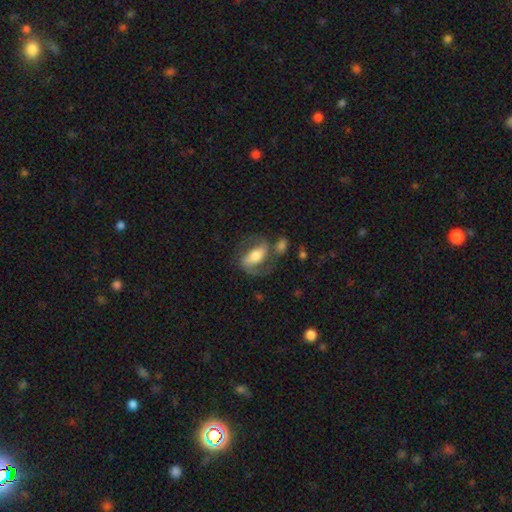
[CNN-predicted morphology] A featured or disk galaxy (70%) with a strong bar (47%), 2 (87%) medium (51%) spiral arms (87%) and a moderate central bulge (57%).

Vote fractions:
- Smooth or featured? featured or disk: 70% / smooth: 24% / star or artifact: 6%
- Edge-on disk? no: 94% / yes: 6%
- Bar? strong: 47% / weak: 31% / no: 22%
- Spiral arms? yes: 87% / no: 13%
- Spiral winding? medium: 51% / loose: 30% / tight: 19%
- Spiral arm count? 2: 87% / can't tell: 5% / 1: 4% / 3: 1% / 4: 1% / more than 4: 1%
- Bulge size? moderate: 57% / large: 21% / small: 18% / dominant: 3% / none: 2%
- Merging? none: 57% / minor disturbance: 17% / major disturbance: 14% / merger: 11%